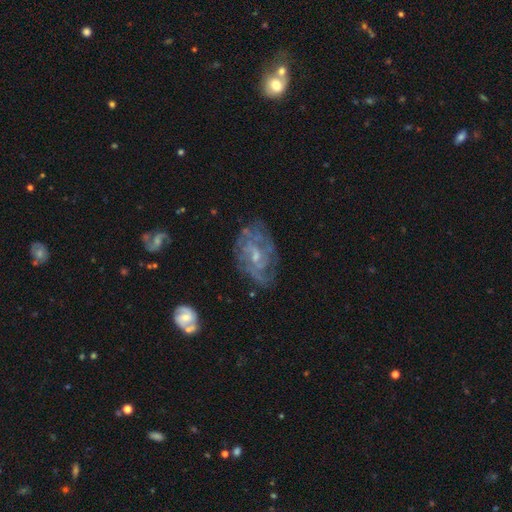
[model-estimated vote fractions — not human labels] Smooth or featured? Predicted: featured or disk (p=0.80). Edge-on disk? Predicted: no (p=0.96). Bar? Predicted: no (p=0.46, tied with weak). Spiral arms? Predicted: yes (p=0.87). Spiral winding? Predicted: tight (p=0.50). Spiral arm count? Predicted: can't tell (p=0.43). Bulge size? Predicted: small (p=0.60). Merging? Predicted: none (p=0.66).